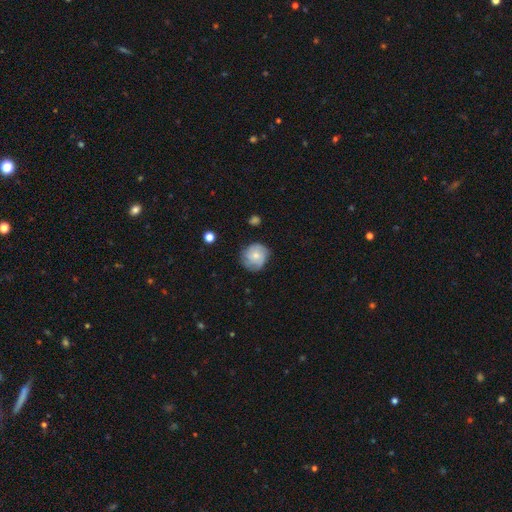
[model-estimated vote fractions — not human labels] Smooth or featured: featured or disk — 50% (smooth — 42%)
Merging: none — 73% (minor disturbance — 20%)